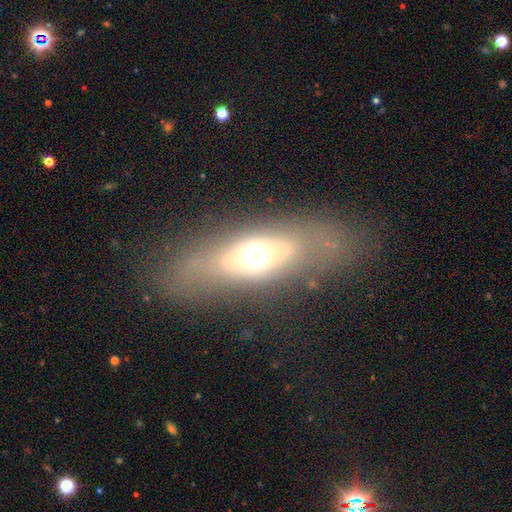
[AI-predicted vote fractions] The model was most divided on "smooth or featured": smooth: 45%, featured or disk: 43%, star or artifact: 12%. More confident: merging — none (76%).